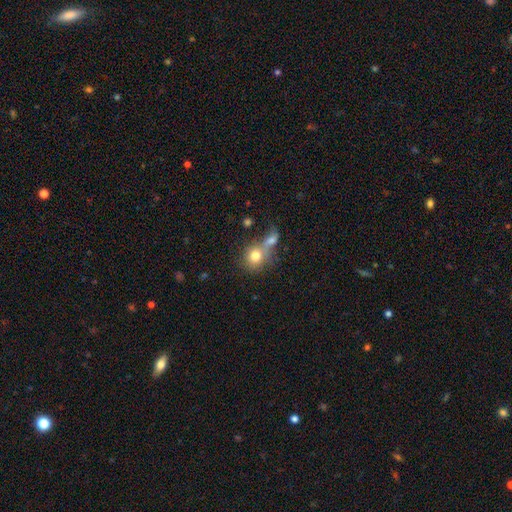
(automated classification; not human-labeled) Morphology: type=smooth (78%); roundness=round (79%); merging=merger (47%).